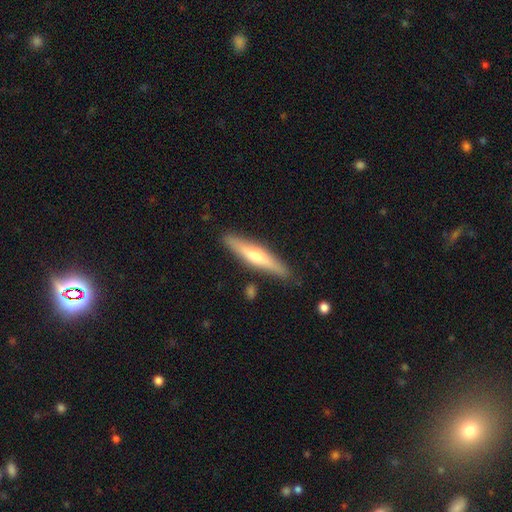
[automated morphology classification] Smooth or featured?
  - featured or disk: 49% *
  - smooth: 45%
  - star or artifact: 5%
Merging?
  - none: 86% *
  - minor disturbance: 10%
  - major disturbance: 2%
  - merger: 2%